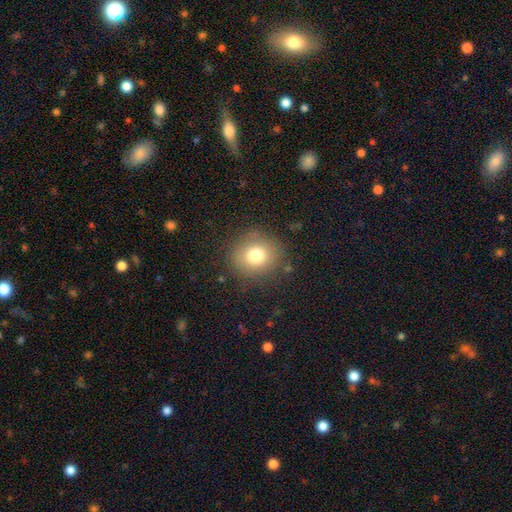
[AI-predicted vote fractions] A smooth galaxy with no disk features (76%) that is round (87%).

Vote fractions:
- Smooth or featured? smooth: 76% / star or artifact: 13% / featured or disk: 11%
- How rounded? round: 87% / in between: 12% / cigar-shaped: 1%
- Merging? none: 86% / minor disturbance: 9% / major disturbance: 4% / merger: 1%